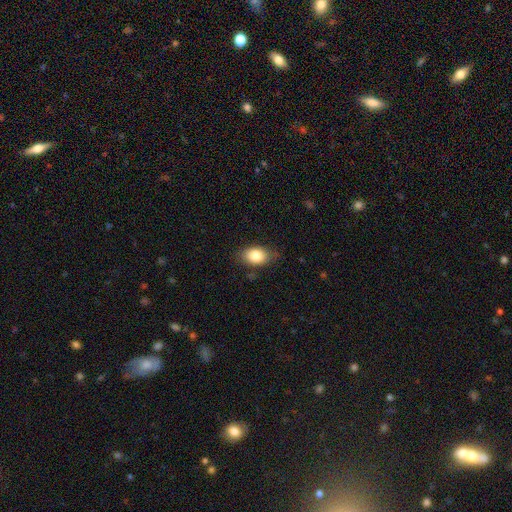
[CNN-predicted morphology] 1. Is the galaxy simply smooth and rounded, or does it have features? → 83% smooth, 9% featured or disk, 8% star or artifact.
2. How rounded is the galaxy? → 86% in between, 12% round, 2% cigar-shaped.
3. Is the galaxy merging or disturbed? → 79% none, 17% minor disturbance, 3% major disturbance, 1% merger.